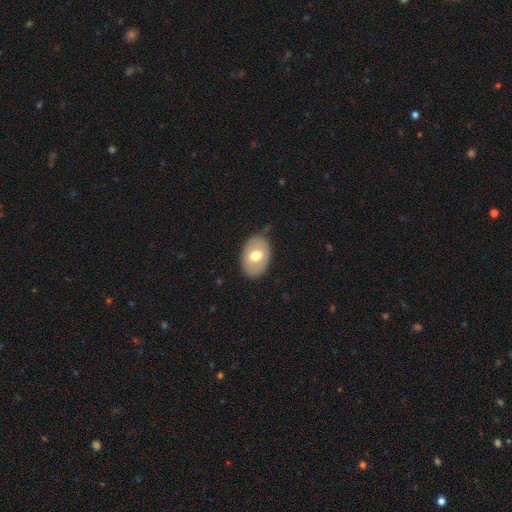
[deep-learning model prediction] Q: Smooth or featured?
A: smooth (64%); runner-up: featured or disk (29%)
Q: How rounded?
A: in between (83%); runner-up: round (16%)
Q: Merging?
A: none (78%); runner-up: minor disturbance (17%)